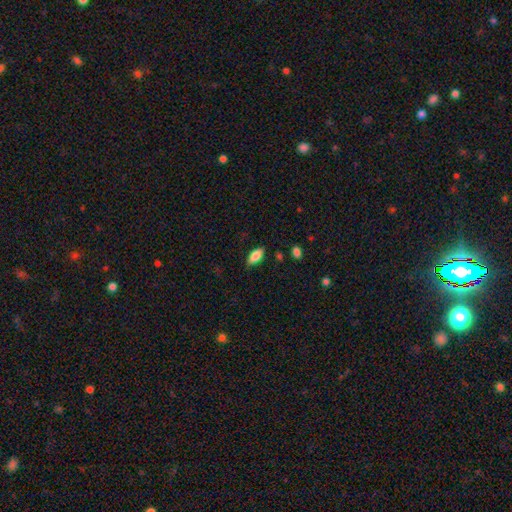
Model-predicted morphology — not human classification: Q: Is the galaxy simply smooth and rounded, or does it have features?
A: smooth — 85%.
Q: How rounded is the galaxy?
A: in between — 90%.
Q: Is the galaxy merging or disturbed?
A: none — 82%.